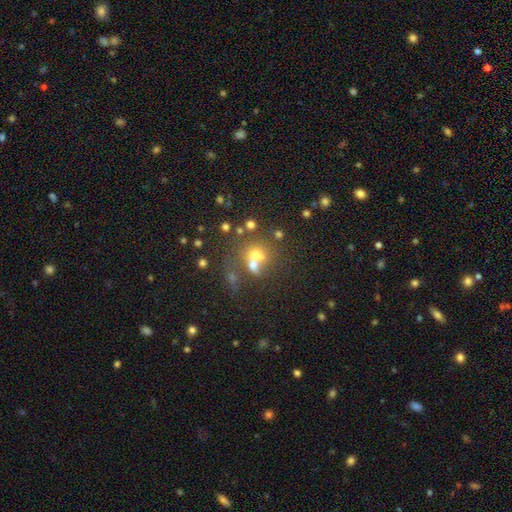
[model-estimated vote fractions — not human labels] Smooth or featured: smooth — 54% (star or artifact — 23%)
How rounded: round — 69% (in between — 30%)
Merging: merger — 47% (none — 37%)